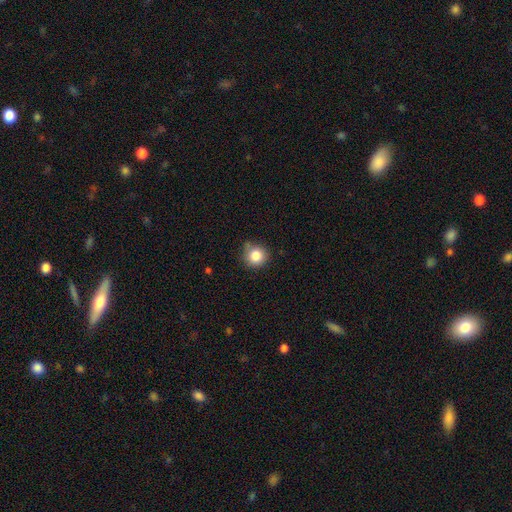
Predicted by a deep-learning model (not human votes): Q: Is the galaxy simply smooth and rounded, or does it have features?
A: smooth — 84%.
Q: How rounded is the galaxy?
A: round — 91%.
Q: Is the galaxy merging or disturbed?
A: none — 72%.